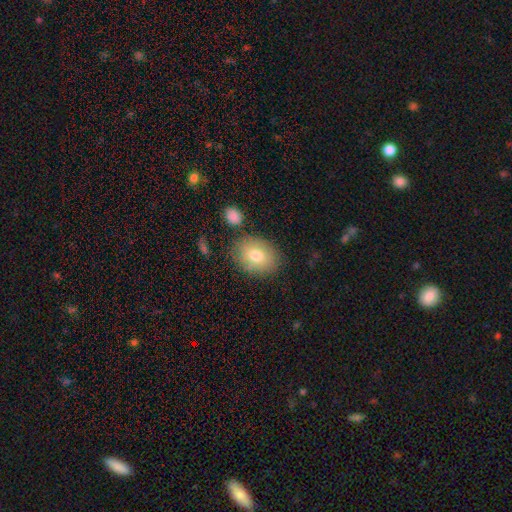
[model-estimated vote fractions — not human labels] Q: Smooth or featured?
A: smooth (77%); runner-up: featured or disk (15%)
Q: How rounded?
A: in between (62%); runner-up: round (37%)
Q: Merging?
A: none (79%); runner-up: minor disturbance (13%)